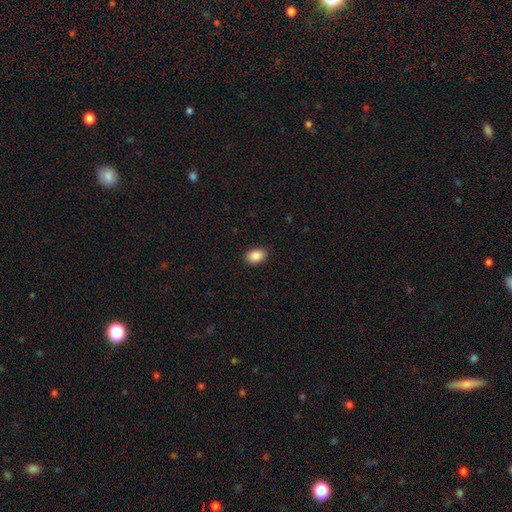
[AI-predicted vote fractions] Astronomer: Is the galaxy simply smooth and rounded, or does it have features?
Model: smooth — 89%.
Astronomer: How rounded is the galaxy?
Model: in between — 83%.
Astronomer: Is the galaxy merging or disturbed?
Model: none — 89%.